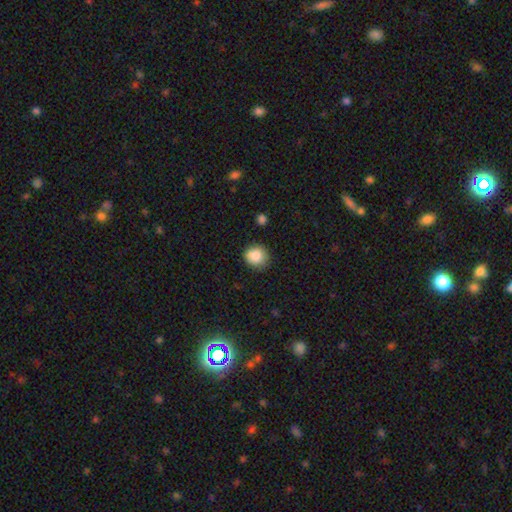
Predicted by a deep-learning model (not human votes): This is clearly a smooth galaxy (85%). How rounded: clearly round (86%). Merging: clearly none (80%).